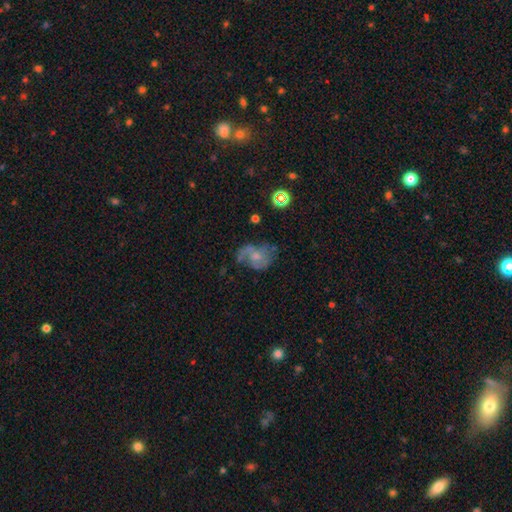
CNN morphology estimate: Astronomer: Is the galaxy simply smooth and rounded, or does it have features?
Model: featured or disk — 68%.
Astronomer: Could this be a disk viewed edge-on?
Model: no — 97%.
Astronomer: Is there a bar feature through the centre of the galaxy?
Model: no — 72%.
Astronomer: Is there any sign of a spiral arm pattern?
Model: yes — 83%.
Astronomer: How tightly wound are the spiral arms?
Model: medium — 43% (runner-up: loose, 40%).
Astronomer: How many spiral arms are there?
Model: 2 — 61%.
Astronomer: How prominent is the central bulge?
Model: small — 47% (runner-up: moderate, 39%).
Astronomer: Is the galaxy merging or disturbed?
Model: none — 46% (runner-up: major disturbance, 25%).